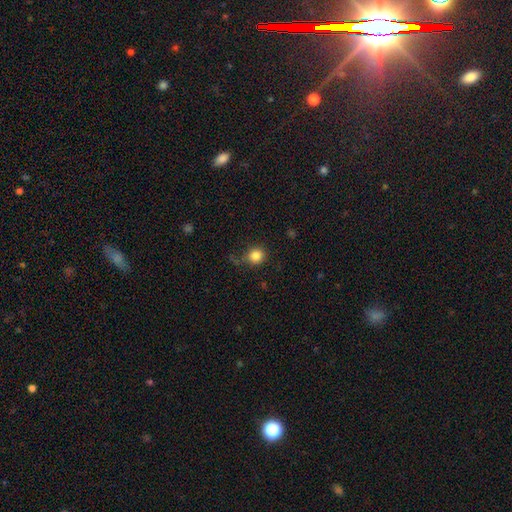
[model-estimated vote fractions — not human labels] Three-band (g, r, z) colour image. It shows a smooth galaxy with no disk features (84%) that is round (88%). Merging: none (73%).